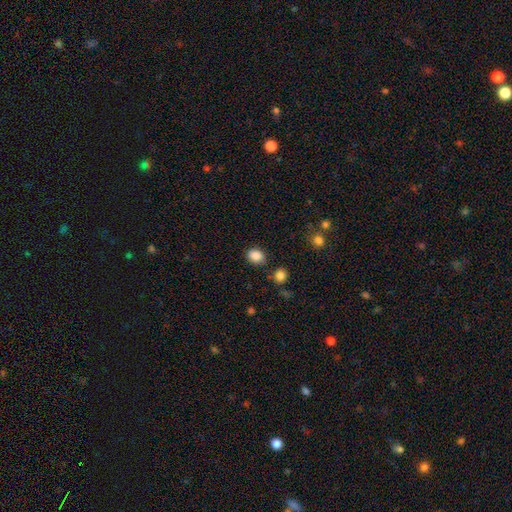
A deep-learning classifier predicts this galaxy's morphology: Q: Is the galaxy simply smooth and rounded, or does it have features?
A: smooth — 87%.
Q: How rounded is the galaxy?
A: in between — 51%.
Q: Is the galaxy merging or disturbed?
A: none — 77%.